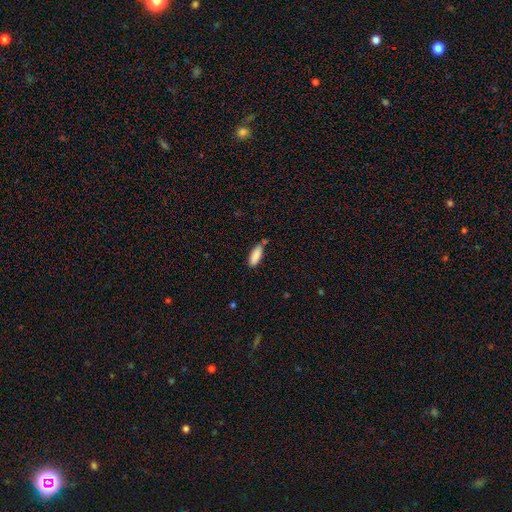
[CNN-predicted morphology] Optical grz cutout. It shows a smooth galaxy with no disk features (89%) that is in between round and cigar-shaped (69%). Merging: none (75%).